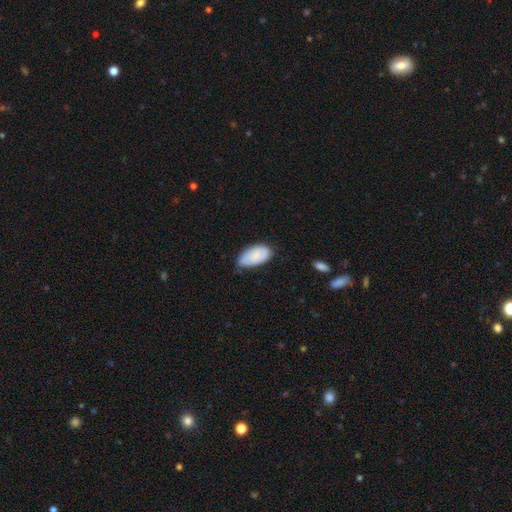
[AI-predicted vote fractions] Smooth or featured? smooth (74%)
How rounded? in between (94%)
Merging? none (57%)